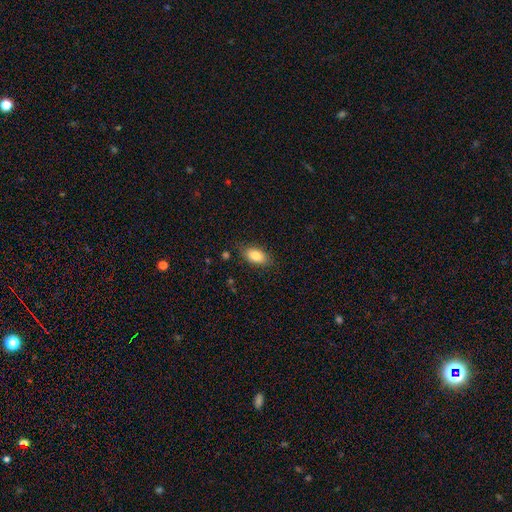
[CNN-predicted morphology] smooth_or_featured: smooth (p=0.86) [alt: featured or disk p=0.07]
how_rounded: in between (p=0.91) [alt: cigar-shaped p=0.05]
merging: none (p=0.81) [alt: minor disturbance p=0.14]